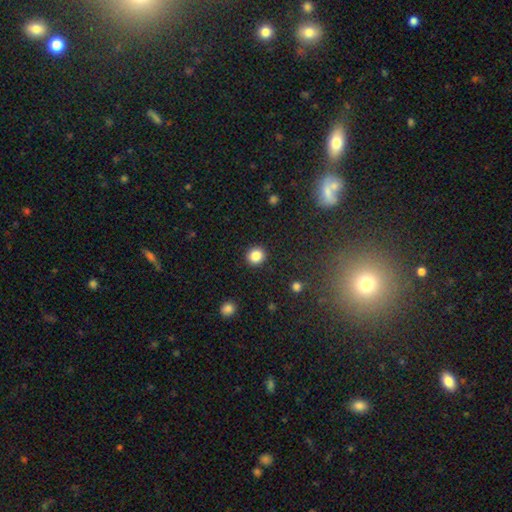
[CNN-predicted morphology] A smooth galaxy with no disk features (86%) that is round (86%). Merging: none (91%).